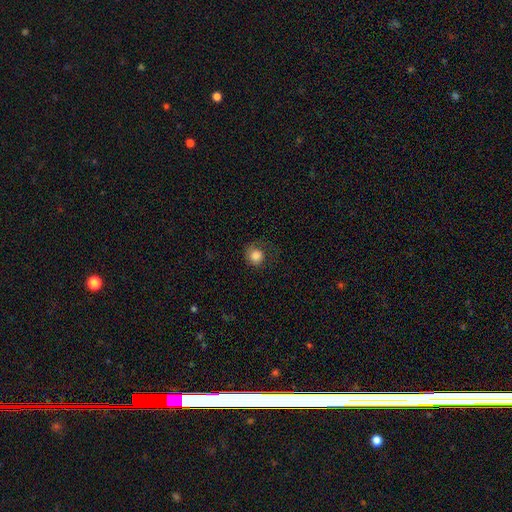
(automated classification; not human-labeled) smooth 80%, featured or disk 12%, star or artifact 9%. Down the decision tree: how rounded — round (88%); merging — none (57%).